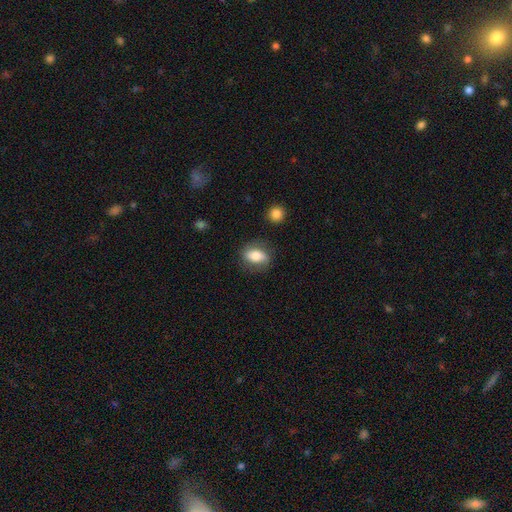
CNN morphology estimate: This is likely a smooth galaxy (68%). How rounded: likely in between (77%). Merging: likely none (77%).